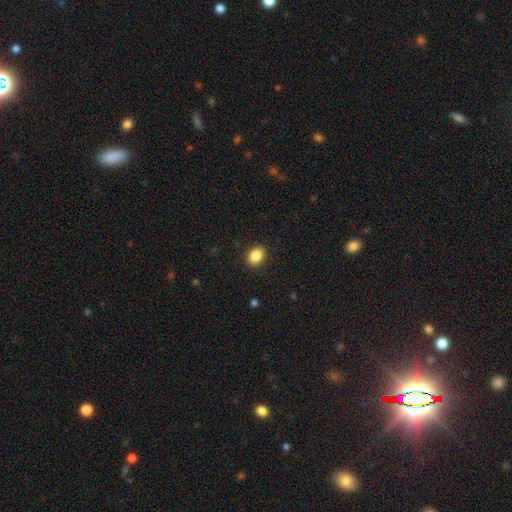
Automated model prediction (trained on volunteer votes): Smooth or featured? Predicted: smooth (p=0.86). How rounded? Predicted: in between (p=0.67). Merging? Predicted: none (p=0.90).